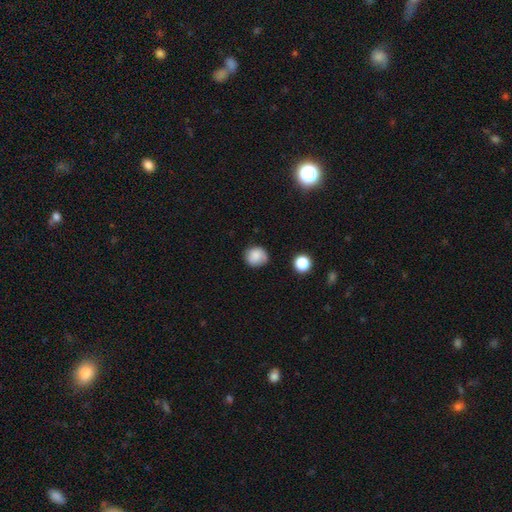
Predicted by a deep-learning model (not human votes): The model was most divided on "merging": none: 76%, minor disturbance: 18%, major disturbance: 4%, merger: 2%. More confident: how rounded — round (86%); smooth or featured — smooth (82%).